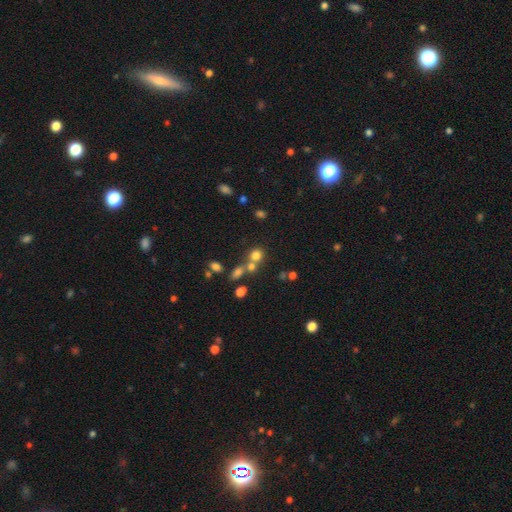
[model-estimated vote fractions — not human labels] Smooth or featured?
  - smooth: 71% *
  - star or artifact: 18%
  - featured or disk: 11%
How rounded?
  - round: 82% *
  - in between: 17%
  - cigar-shaped: 1%
Merging?
  - none: 49% *
  - merger: 38%
  - minor disturbance: 8%
  - major disturbance: 5%